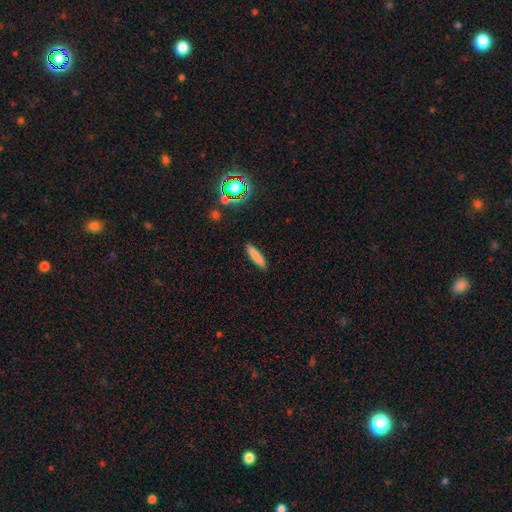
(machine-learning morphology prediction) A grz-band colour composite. It shows a smooth galaxy with no disk features (83%) that is cigar-shaped (78%). Merging: none (89%).